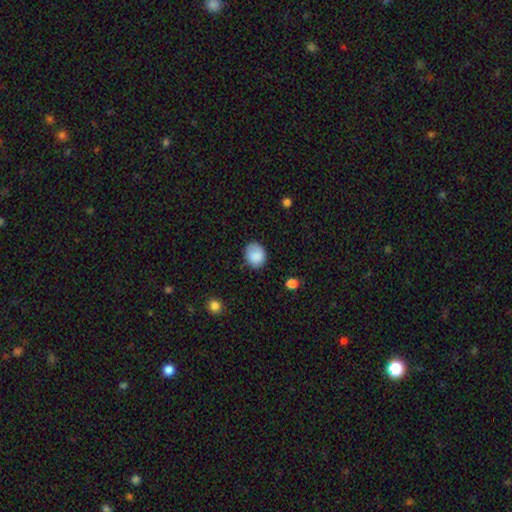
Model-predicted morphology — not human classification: smooth_or_featured: smooth (p=0.88) [alt: star or artifact p=0.08]
how_rounded: round (p=0.67) [alt: in between p=0.32]
merging: none (p=0.78) [alt: minor disturbance p=0.17]